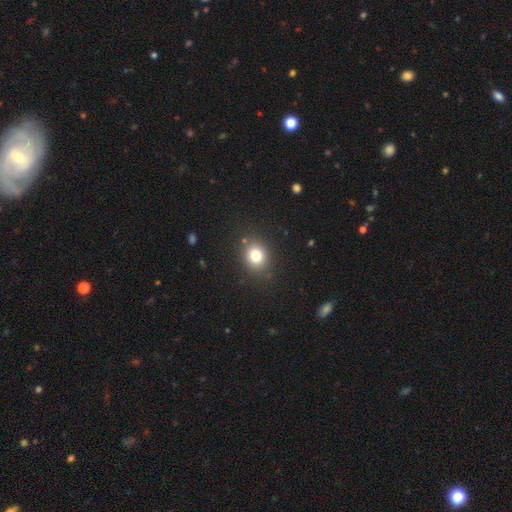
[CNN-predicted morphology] This appears to be a smooth galaxy with no disk features (78%) that is round (67%). Merging: none (86%).